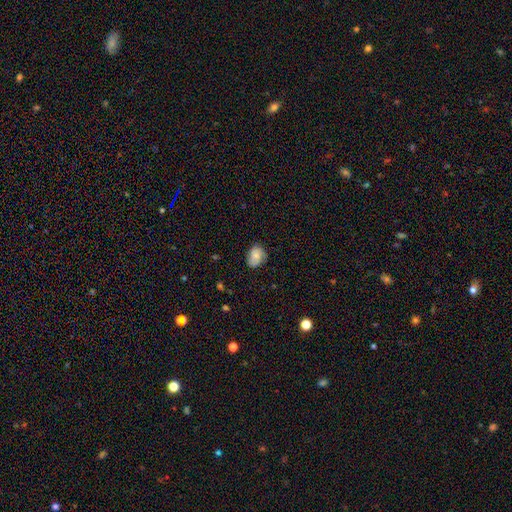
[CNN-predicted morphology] Smooth or featured?
  - smooth: 66% *
  - featured or disk: 26%
  - star or artifact: 8%
How rounded?
  - in between: 61% *
  - round: 38%
  - cigar-shaped: 1%
Merging?
  - none: 69% *
  - minor disturbance: 24%
  - major disturbance: 6%
  - merger: 1%